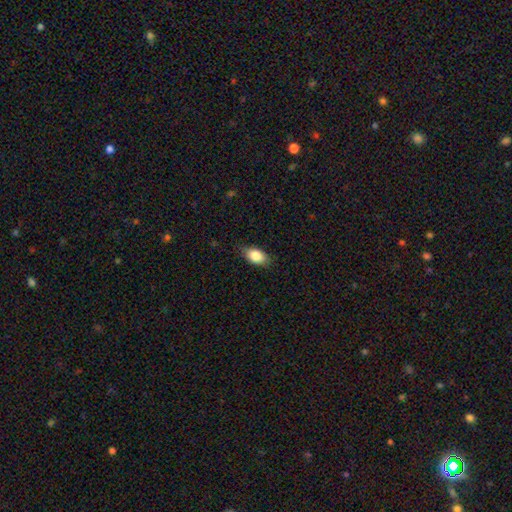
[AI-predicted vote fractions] A smooth galaxy with no disk features (84%) that is in between round and cigar-shaped (90%). Merging: none (81%).